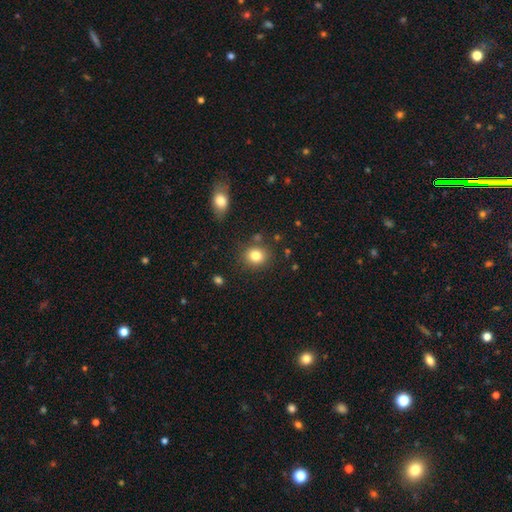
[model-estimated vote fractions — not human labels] smooth 82%, star or artifact 11%, featured or disk 7%. Down the decision tree: how rounded — round (75%); merging — none (83%).